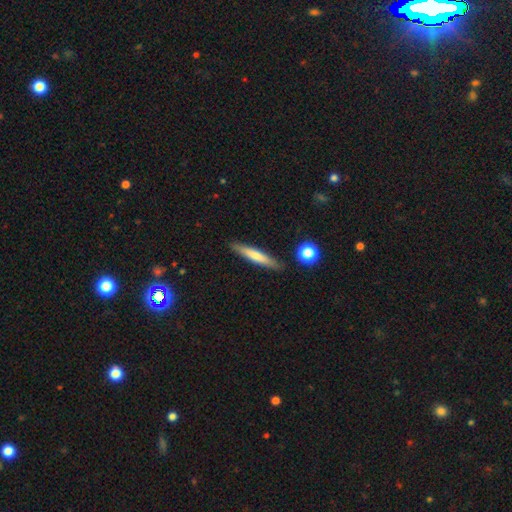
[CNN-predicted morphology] Q: Smooth or featured?
A: smooth (63%); runner-up: featured or disk (30%)
Q: How rounded?
A: cigar-shaped (91%); runner-up: in between (8%)
Q: Merging?
A: none (87%); runner-up: minor disturbance (9%)